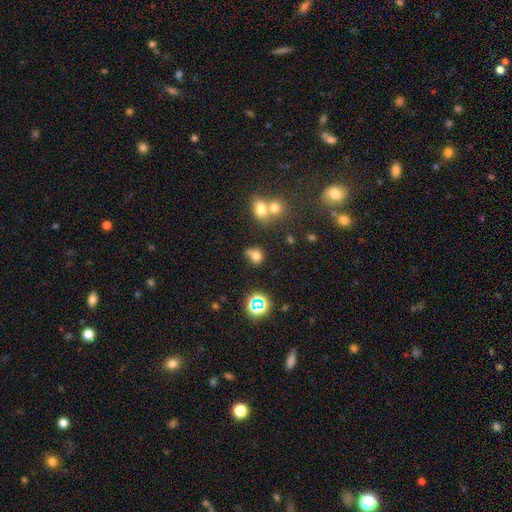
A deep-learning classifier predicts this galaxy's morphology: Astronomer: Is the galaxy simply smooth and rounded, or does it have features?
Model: smooth — 72%.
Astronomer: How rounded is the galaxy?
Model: round — 70%.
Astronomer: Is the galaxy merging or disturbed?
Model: none — 46% (runner-up: merger, 28%).